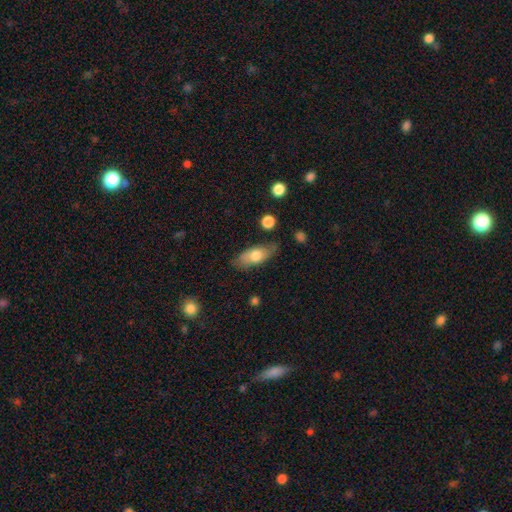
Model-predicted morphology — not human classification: type=smooth (68%); roundness=in between (79%); merging=none (74%).